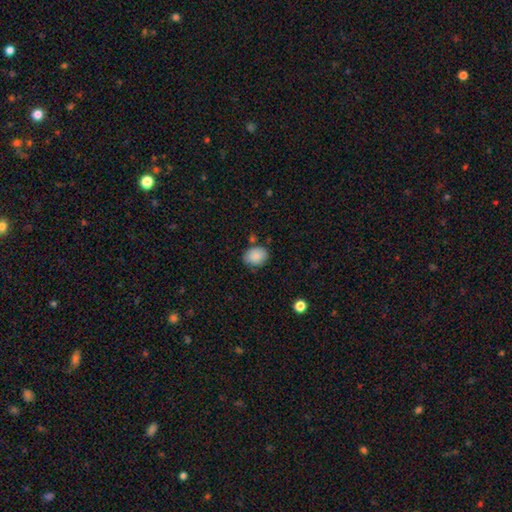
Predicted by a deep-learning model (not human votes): Smooth or featured? smooth (88%)
How rounded? in between (61%)
Merging? none (75%)